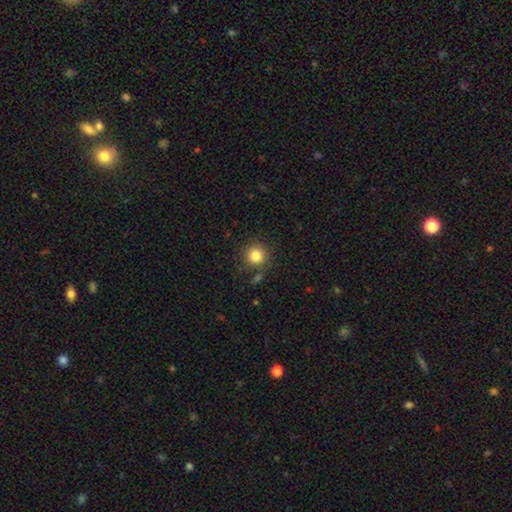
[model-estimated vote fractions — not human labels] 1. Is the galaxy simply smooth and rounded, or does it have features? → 83% smooth, 11% star or artifact, 6% featured or disk.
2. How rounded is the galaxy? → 93% round, 6% in between, 1% cigar-shaped.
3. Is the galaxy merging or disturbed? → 82% none, 9% minor disturbance, 5% merger, 3% major disturbance.